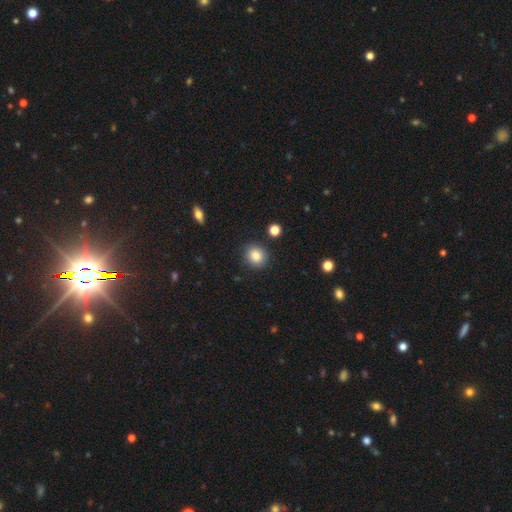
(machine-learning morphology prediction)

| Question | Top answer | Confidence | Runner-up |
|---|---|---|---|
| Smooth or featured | smooth | 86% | star or artifact (9%) |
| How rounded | round | 80% | in between (19%) |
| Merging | none | 87% | minor disturbance (8%) |